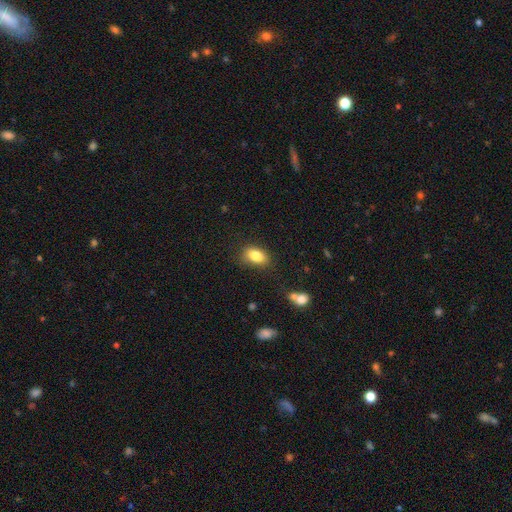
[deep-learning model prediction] Smooth or featured? smooth (85%)
How rounded? in between (86%)
Merging? none (76%)